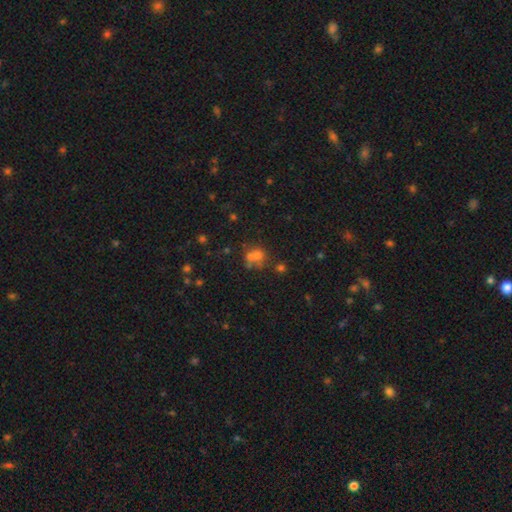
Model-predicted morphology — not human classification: Smooth or featured? smooth (56%)
How rounded? round (76%)
Merging? merger (43%)